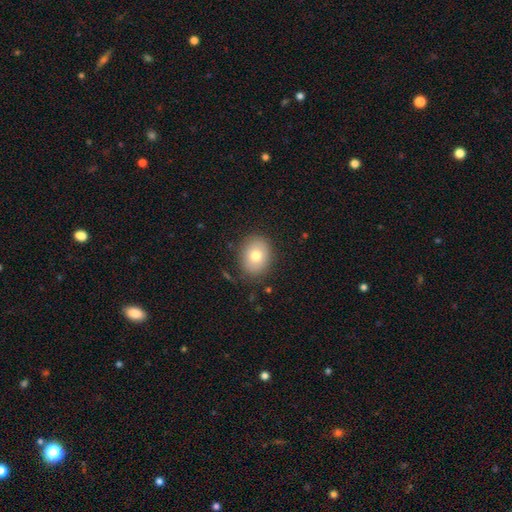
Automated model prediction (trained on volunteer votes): Smooth or featured? smooth (75%)
How rounded? round (54%)
Merging? none (83%)